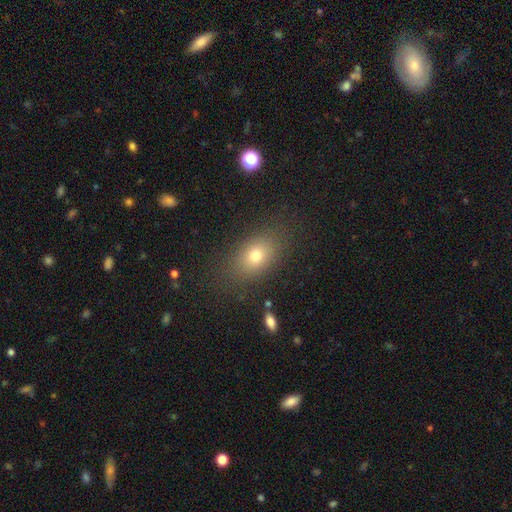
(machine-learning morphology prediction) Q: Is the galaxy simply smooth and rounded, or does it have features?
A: smooth — 73%.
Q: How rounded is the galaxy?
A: in between — 77%.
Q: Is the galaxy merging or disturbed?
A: none — 81%.